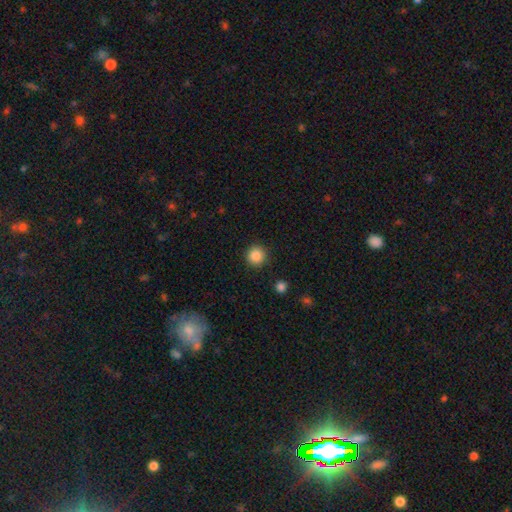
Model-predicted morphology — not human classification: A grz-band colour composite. It shows a smooth galaxy with no disk features (87%) that is round (95%). Merging: none (91%).